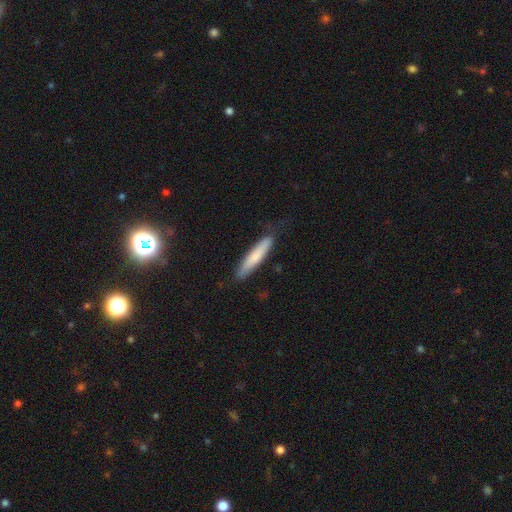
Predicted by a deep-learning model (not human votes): smooth-or-featured: smooth: 73% | featured or disk: 22% | star or artifact: 6%
  how-rounded: cigar-shaped: 89% | in between: 10% | round: 1%
  merging: none: 79% | minor disturbance: 16% | major disturbance: 3% | merger: 1%